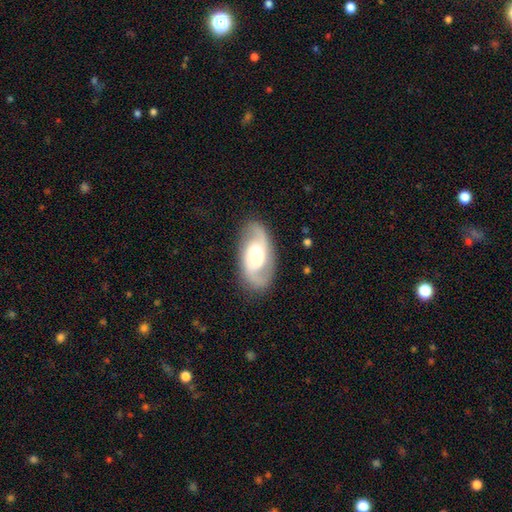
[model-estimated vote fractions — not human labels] smooth_or_featured: featured or disk (p=0.80) [alt: smooth p=0.15]
disk_edge_on: no (p=0.96) [alt: yes p=0.04]
bar: weak (p=0.50) [alt: no p=0.27]
has_spiral_arms: yes (p=0.93) [alt: no p=0.07]
spiral_winding: medium (p=0.51) [alt: loose p=0.26]
spiral_arm_count: 2 (p=0.91) [alt: can't tell p=0.04]
bulge_size: moderate (p=0.48) [alt: large p=0.33]
merging: none (p=0.83) [alt: minor disturbance p=0.12]